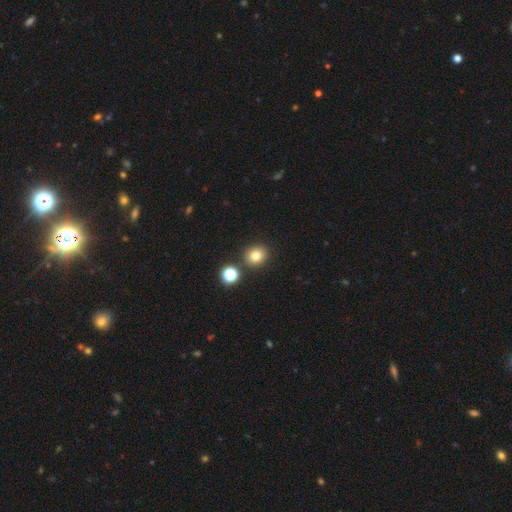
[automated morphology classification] Smooth or featured? smooth (78%)
How rounded? round (83%)
Merging? none (85%)